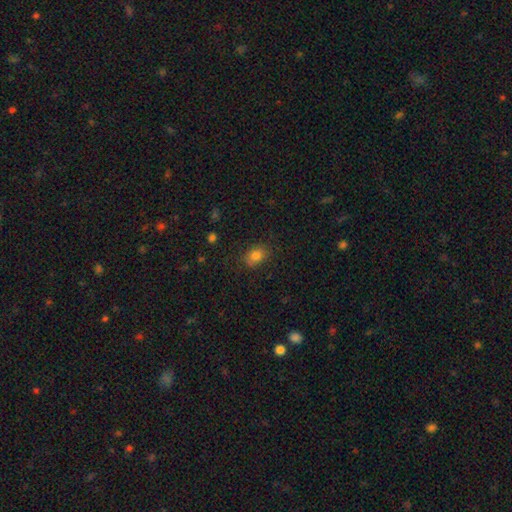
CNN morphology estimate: Smooth or featured? smooth (82%)
How rounded? in between (73%)
Merging? none (79%)